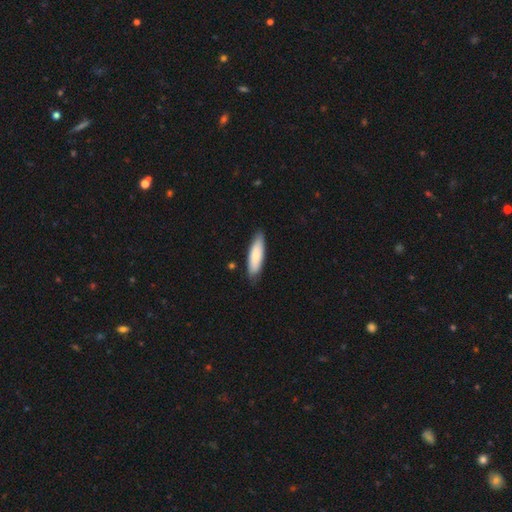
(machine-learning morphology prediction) Q: Smooth or featured?
A: smooth (81%); runner-up: featured or disk (13%)
Q: How rounded?
A: cigar-shaped (56%); runner-up: in between (43%)
Q: Merging?
A: none (84%); runner-up: minor disturbance (13%)